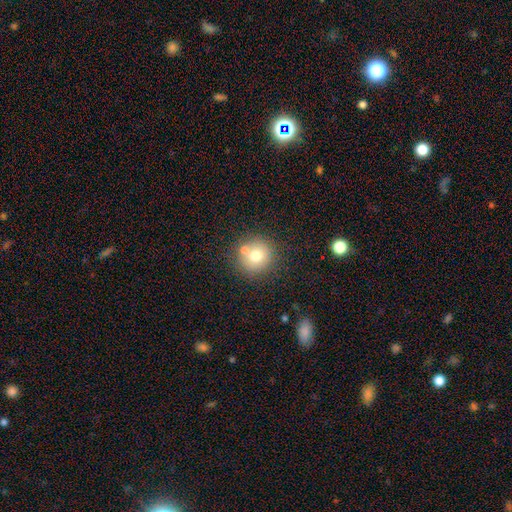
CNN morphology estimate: Smooth or featured?
  - smooth: 71% *
  - featured or disk: 17%
  - star or artifact: 12%
How rounded?
  - round: 92% *
  - in between: 7%
  - cigar-shaped: 1%
Merging?
  - none: 67% *
  - merger: 21%
  - minor disturbance: 9%
  - major disturbance: 3%